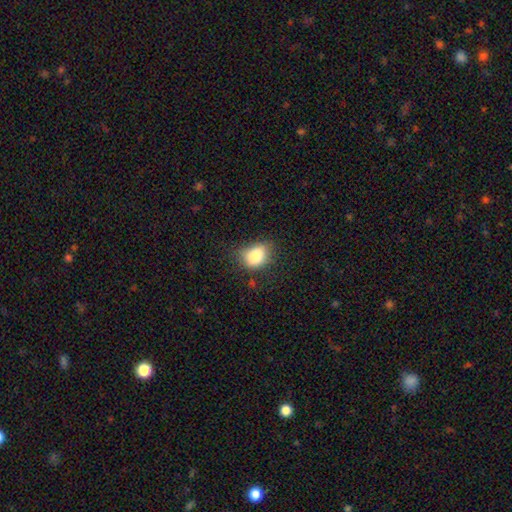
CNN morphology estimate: The model was most divided on "how rounded": in between: 65%, round: 34%, cigar-shaped: 1%. More confident: smooth or featured — smooth (82%); merging — none (63%).